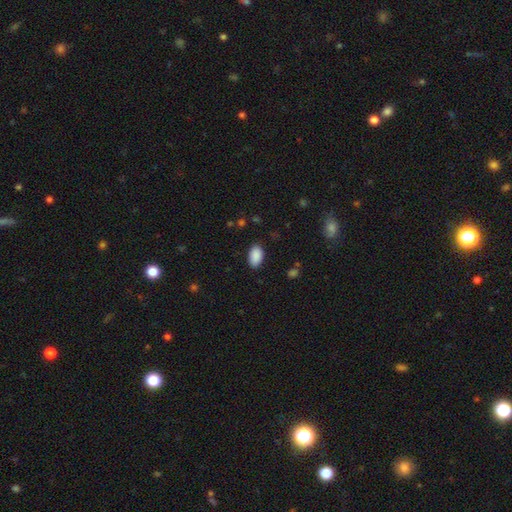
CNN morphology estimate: A smooth galaxy with no disk features (90%) that is in between round and cigar-shaped (94%). Merging: none (87%).